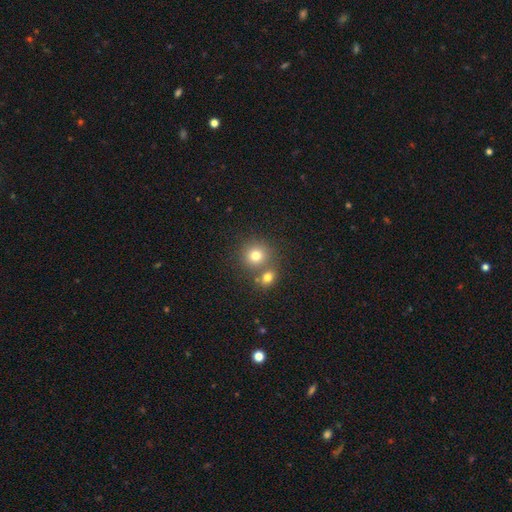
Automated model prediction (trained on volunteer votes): A smooth galaxy with no disk features (77%) that is round (88%). Merging: none (59%).